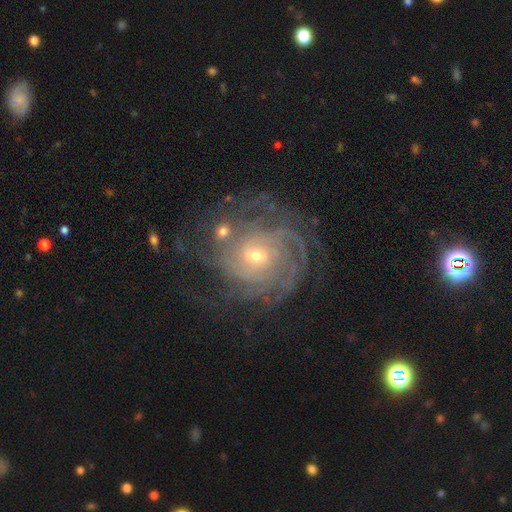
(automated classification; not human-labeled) Smooth or featured? Predicted: featured or disk (p=0.88). Edge-on disk? Predicted: no (p=0.97). Bar? Predicted: no (p=0.60). Spiral arms? Predicted: yes (p=0.97). Spiral winding? Predicted: tight (p=0.75). Spiral arm count? Predicted: can't tell (p=0.30). Bulge size? Predicted: small (p=0.61). Merging? Predicted: none (p=0.67).